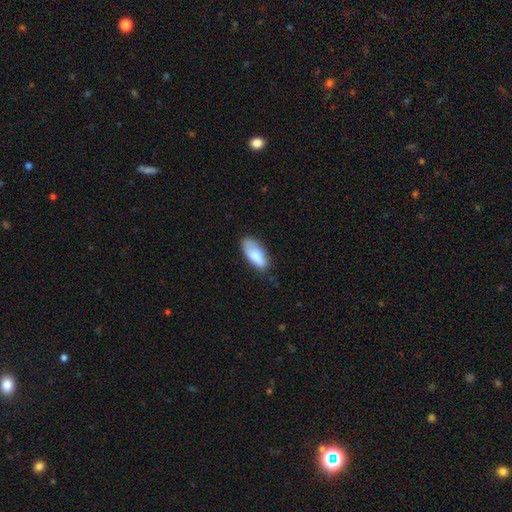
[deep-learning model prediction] smooth 82%, featured or disk 11%, star or artifact 6%. Down the decision tree: how rounded — in between (83%); merging — none (63%).